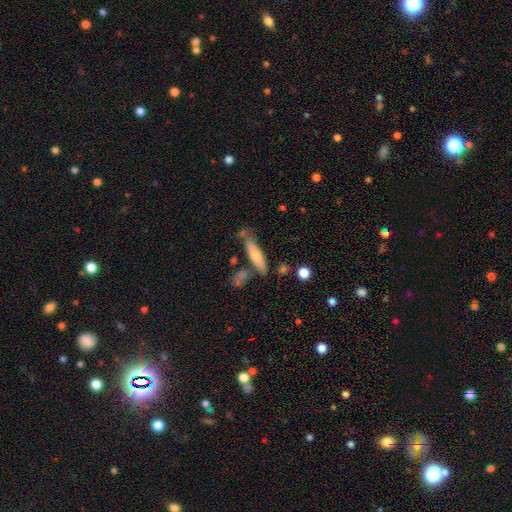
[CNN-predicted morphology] A smooth galaxy with no disk features (62%) that is cigar-shaped (71%). Merging: none (67%).